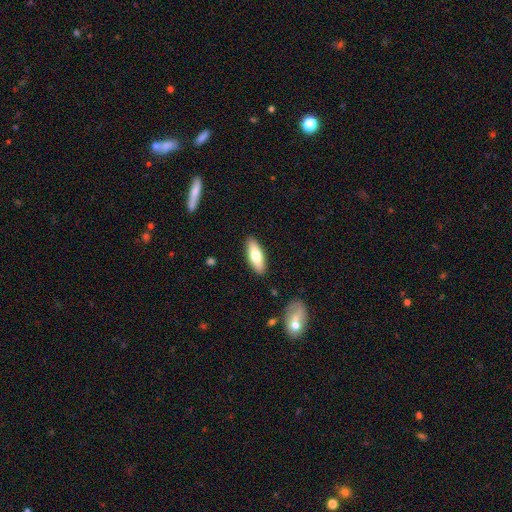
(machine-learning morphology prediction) This is likely a smooth galaxy (69%). How rounded: likely in between (61%). Merging: clearly none (89%).